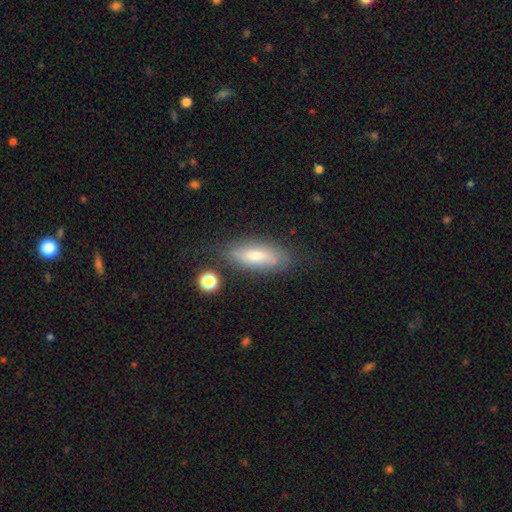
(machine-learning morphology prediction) This is likely a smooth galaxy (65%). How rounded: likely in between (66%). Merging: likely none (75%).